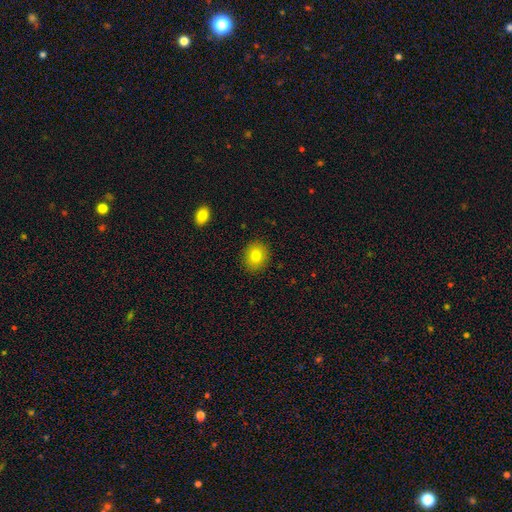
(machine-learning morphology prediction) This appears to be a smooth galaxy with no disk features (79%) that is round (67%). Merging: none (89%).